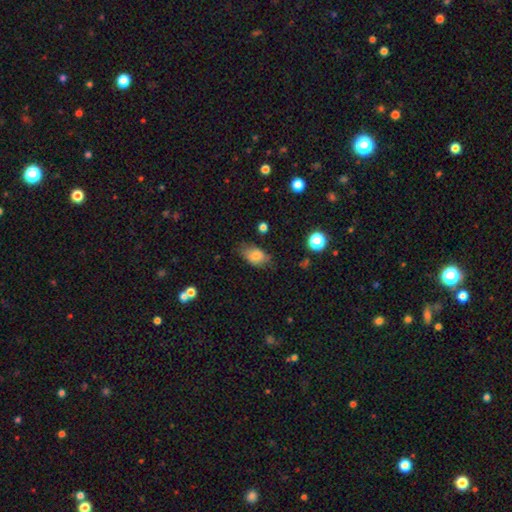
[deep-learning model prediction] A smooth galaxy with no disk features (78%) that is in between round and cigar-shaped (86%). Merging: none (64%).